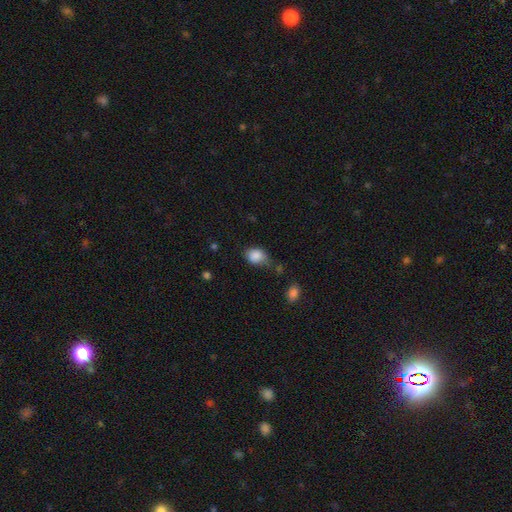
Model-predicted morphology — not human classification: The model was most divided on "merging": none: 54%, minor disturbance: 32%, major disturbance: 9%, merger: 5%. More confident: smooth or featured — smooth (86%); how rounded — in between (64%).